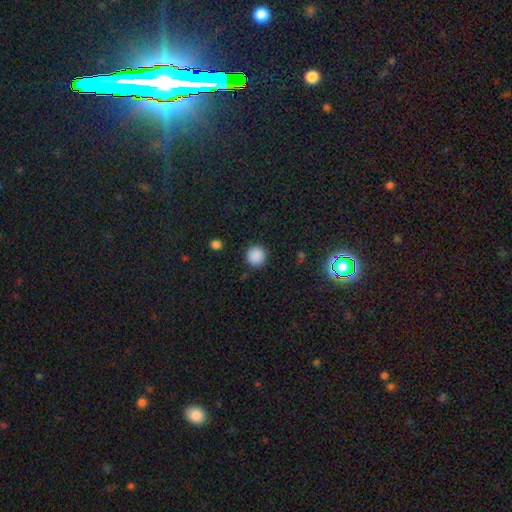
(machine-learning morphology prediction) This appears to be a smooth galaxy with no disk features (87%) that is round (94%). Merging: none (90%).